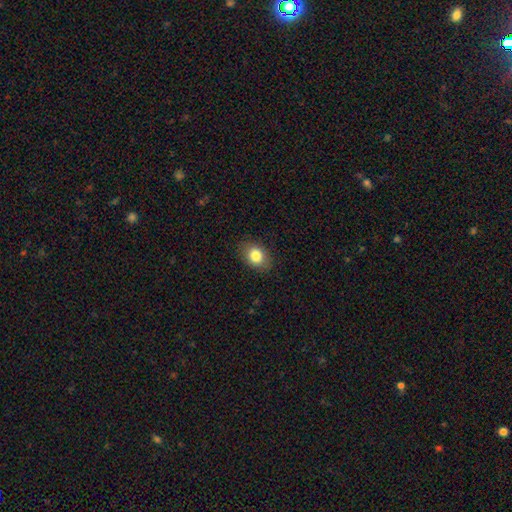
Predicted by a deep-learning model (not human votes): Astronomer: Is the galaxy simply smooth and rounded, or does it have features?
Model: smooth — 83%.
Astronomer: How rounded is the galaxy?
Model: in between — 73%.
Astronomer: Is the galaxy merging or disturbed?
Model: none — 86%.